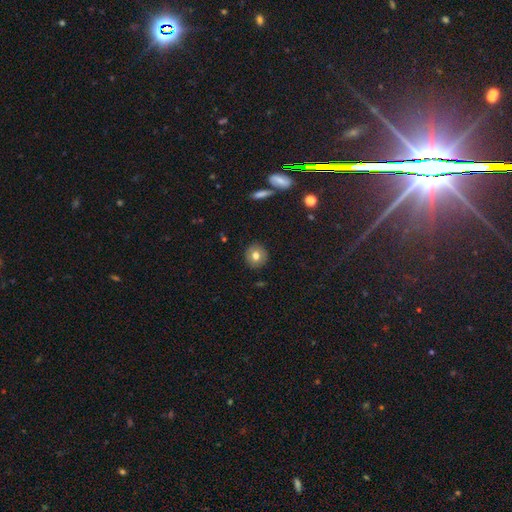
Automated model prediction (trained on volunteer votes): smooth_or_featured: smooth (p=0.74) [alt: featured or disk p=0.16]
how_rounded: round (p=0.91) [alt: in between p=0.08]
merging: none (p=0.91) [alt: minor disturbance p=0.06]